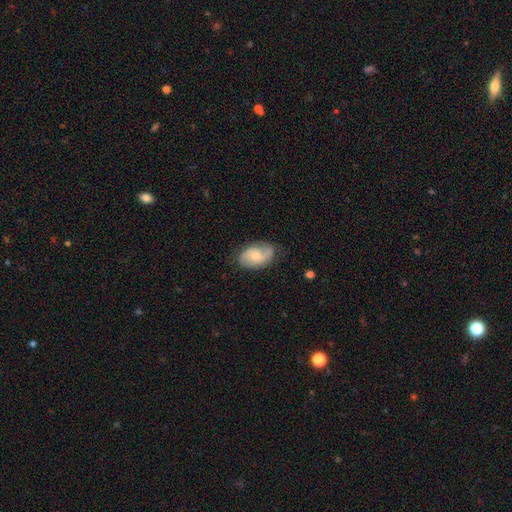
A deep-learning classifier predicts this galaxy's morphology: type=featured or disk (52%); edge-on=no (96%); bar=no (66%); spiral arms=yes (83%); bulge=moderate (51%); merging=none (73%).